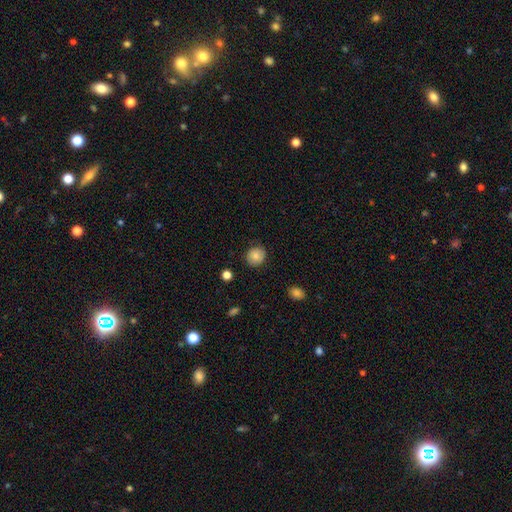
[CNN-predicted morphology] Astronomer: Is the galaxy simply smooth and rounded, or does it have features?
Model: smooth — 81%.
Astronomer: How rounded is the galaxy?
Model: round — 77%.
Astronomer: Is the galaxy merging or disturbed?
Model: none — 85%.